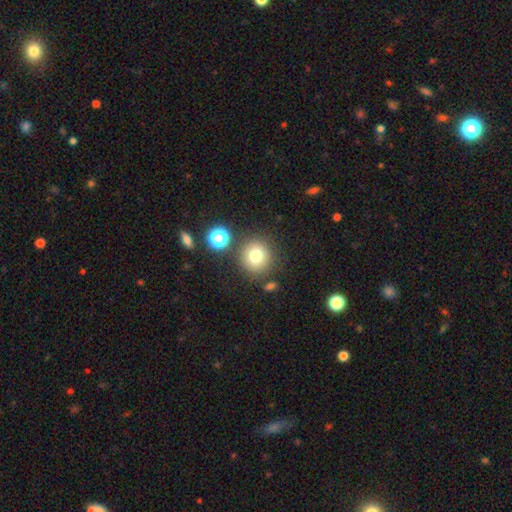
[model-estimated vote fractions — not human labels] The model was most divided on "smooth or featured": smooth: 77%, star or artifact: 13%, featured or disk: 10%. More confident: how rounded — round (91%); merging — none (81%).